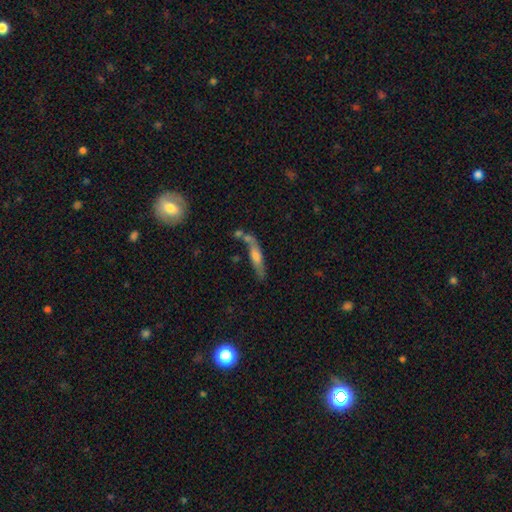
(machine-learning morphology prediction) A featured or disk galaxy (51%) viewed edge-on (79%). Merging: none (58%).